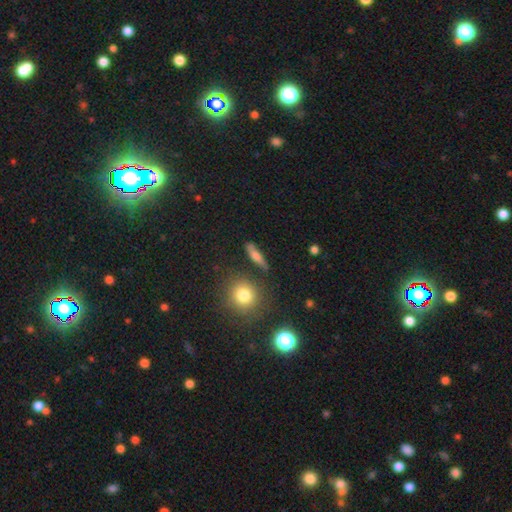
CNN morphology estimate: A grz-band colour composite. It shows a smooth galaxy with no disk features (58%) that is cigar-shaped (67%). Merging: none (79%).